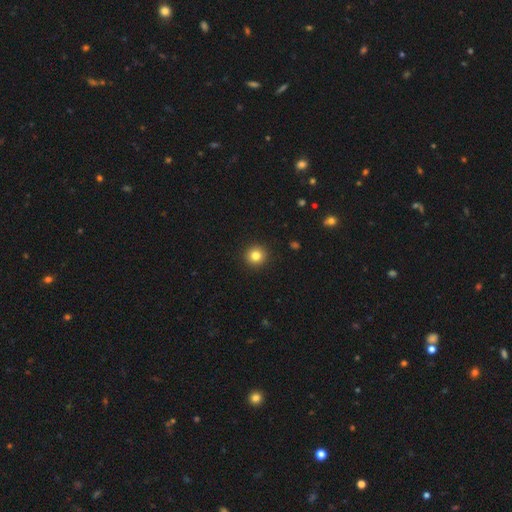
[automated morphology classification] This is clearly a smooth galaxy (82%). How rounded: clearly round (94%). Merging: clearly none (93%).